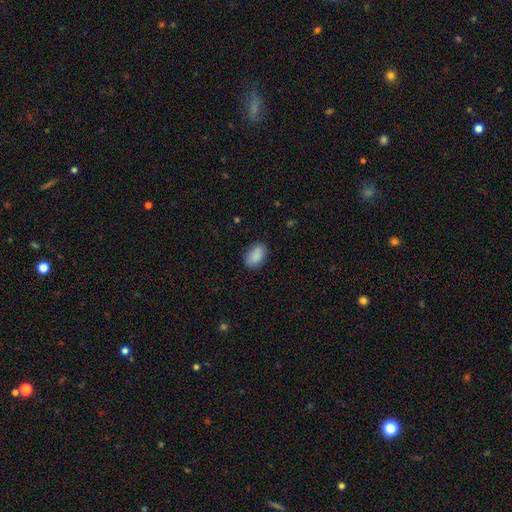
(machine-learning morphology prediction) A smooth galaxy with no disk features (89%) that is in between round and cigar-shaped (89%). Merging: none (85%).